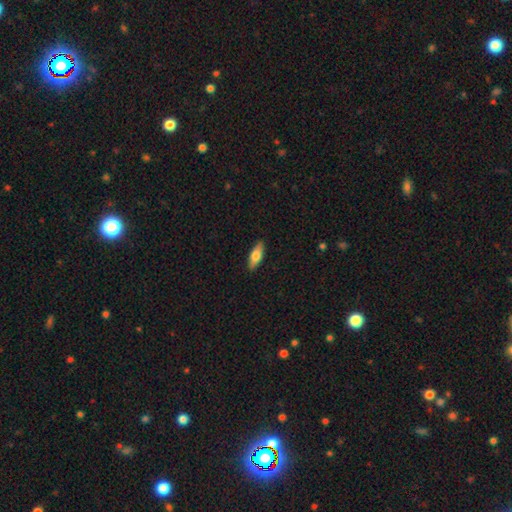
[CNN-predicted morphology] This appears to be a smooth galaxy with no disk features (69%) that is in between round and cigar-shaped (63%). Merging: none (89%).